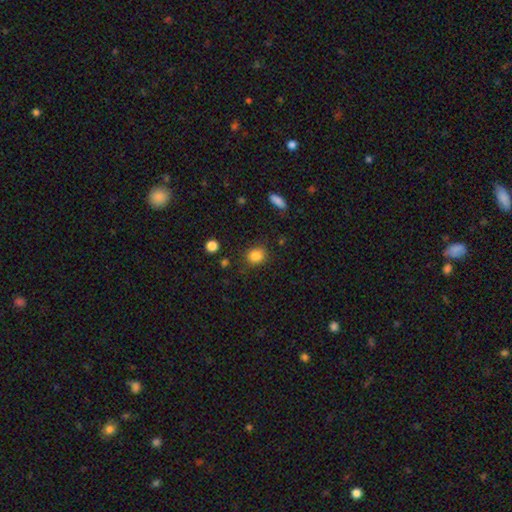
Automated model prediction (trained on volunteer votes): Q: Smooth or featured?
A: smooth (85%); runner-up: star or artifact (11%)
Q: How rounded?
A: round (73%); runner-up: in between (26%)
Q: Merging?
A: none (84%); runner-up: minor disturbance (11%)